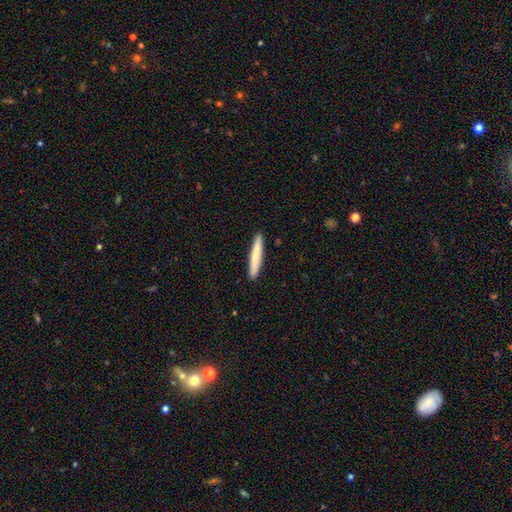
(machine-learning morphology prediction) Q: Smooth or featured?
A: smooth (73%); runner-up: featured or disk (22%)
Q: How rounded?
A: cigar-shaped (95%); runner-up: in between (4%)
Q: Merging?
A: none (92%); runner-up: minor disturbance (6%)